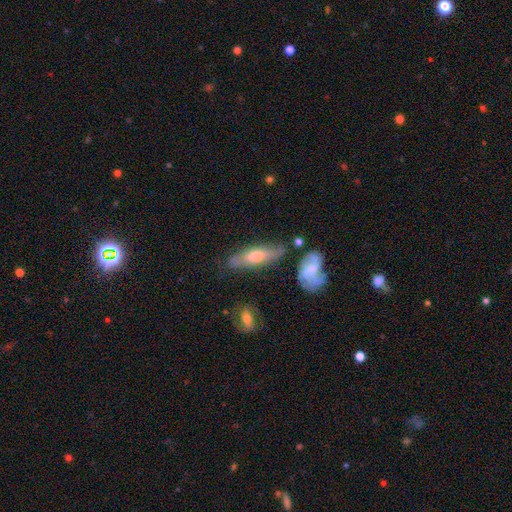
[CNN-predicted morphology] This appears to be a featured or disk galaxy (47%). Merging: none (65%).